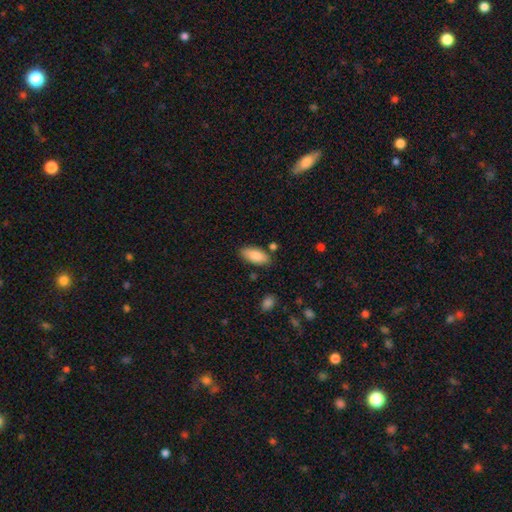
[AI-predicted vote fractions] Morphology: type=smooth (88%); roundness=in between (88%); merging=none (80%).